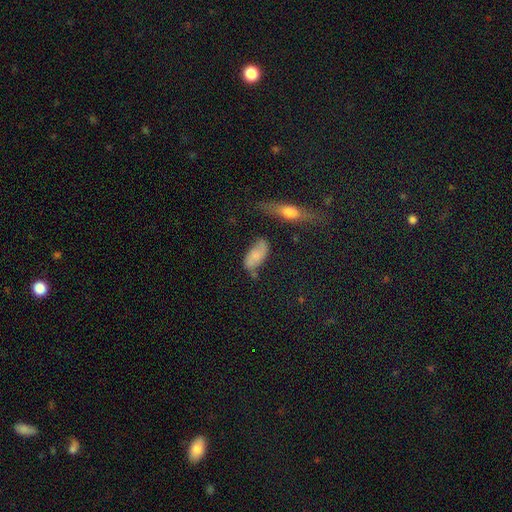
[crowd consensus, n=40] Smooth or featured?
  - smooth: 68% *
  - featured or disk: 20%
  - star or artifact: 12%
How rounded?
  - in between: 89% *
  - cigar-shaped: 11%
  - round: 0%
Merging?
  - none: 40% *
  - minor disturbance: 37%
  - major disturbance: 11%
  - merger: 11%